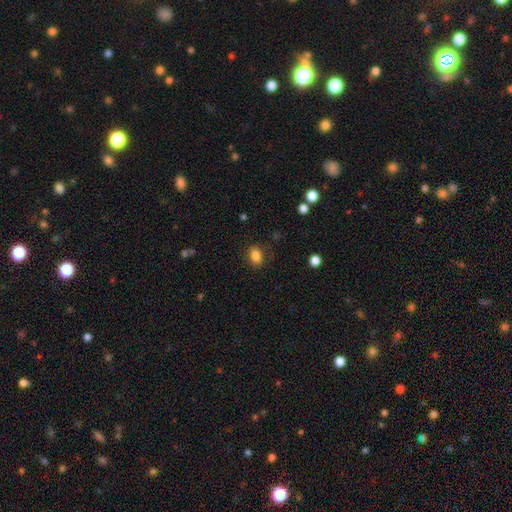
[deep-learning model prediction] A smooth galaxy with no disk features (84%) that is in between round and cigar-shaped (68%).

Vote fractions:
- Smooth or featured? smooth: 84% / star or artifact: 10% / featured or disk: 6%
- How rounded? in between: 68% / round: 31% / cigar-shaped: 1%
- Merging? none: 82% / minor disturbance: 13% / major disturbance: 4% / merger: 1%